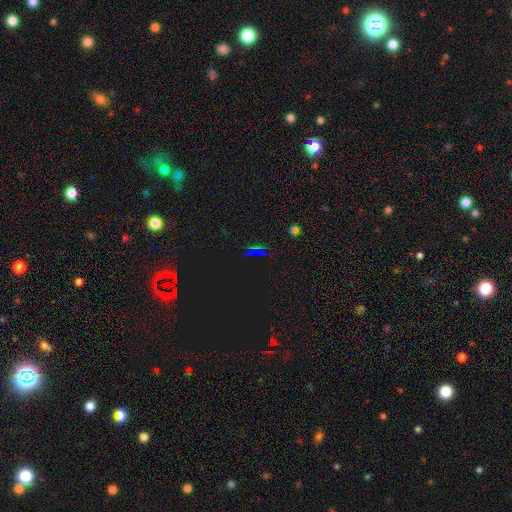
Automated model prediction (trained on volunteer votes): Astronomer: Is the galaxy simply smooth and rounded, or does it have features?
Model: star or artifact — 68%.